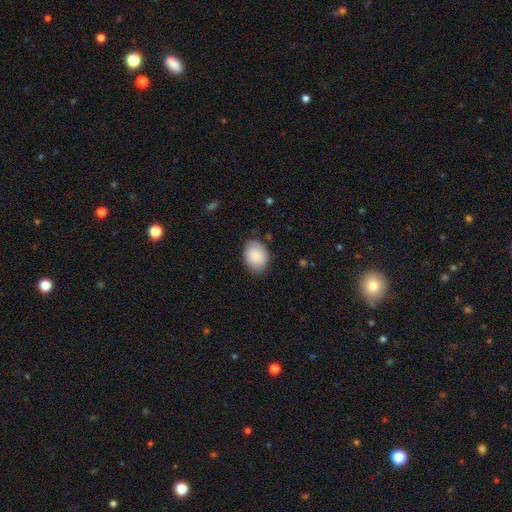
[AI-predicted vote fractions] smooth_or_featured: smooth (p=0.89) [alt: star or artifact p=0.06]
how_rounded: in between (p=0.69) [alt: round p=0.30]
merging: none (p=0.81) [alt: minor disturbance p=0.15]